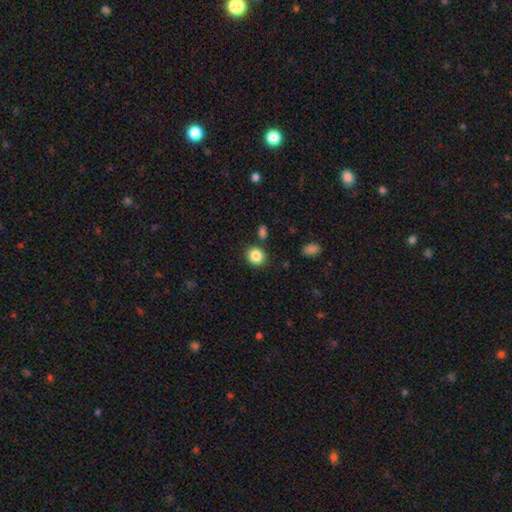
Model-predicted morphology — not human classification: smooth 85%, star or artifact 10%, featured or disk 5%. Down the decision tree: how rounded — round (81%); merging — none (84%).